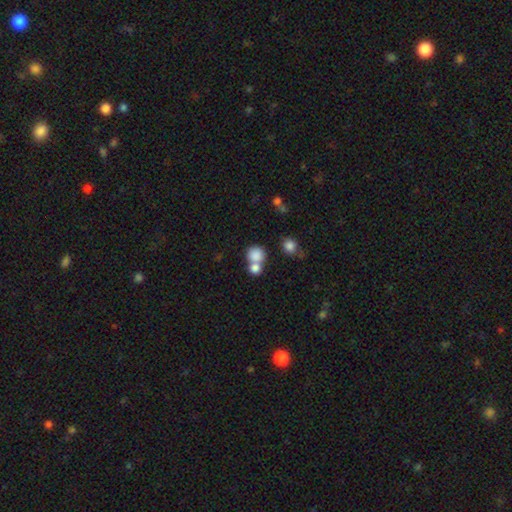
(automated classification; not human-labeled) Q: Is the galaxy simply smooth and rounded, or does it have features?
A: smooth — 82%.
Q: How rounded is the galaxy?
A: round — 84%.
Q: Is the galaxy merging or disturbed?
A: merger — 49%.